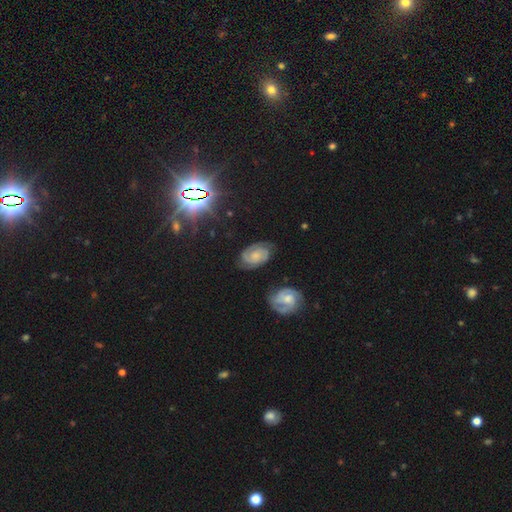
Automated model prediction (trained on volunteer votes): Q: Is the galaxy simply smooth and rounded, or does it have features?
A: featured or disk — 77%.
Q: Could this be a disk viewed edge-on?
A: no — 97%.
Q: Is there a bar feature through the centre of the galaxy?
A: no — 63%.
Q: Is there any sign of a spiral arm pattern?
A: yes — 96%.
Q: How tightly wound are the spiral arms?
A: tight — 59%.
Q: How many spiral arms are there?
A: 2 — 79%.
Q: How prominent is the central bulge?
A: small — 45%.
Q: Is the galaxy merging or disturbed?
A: none — 75%.